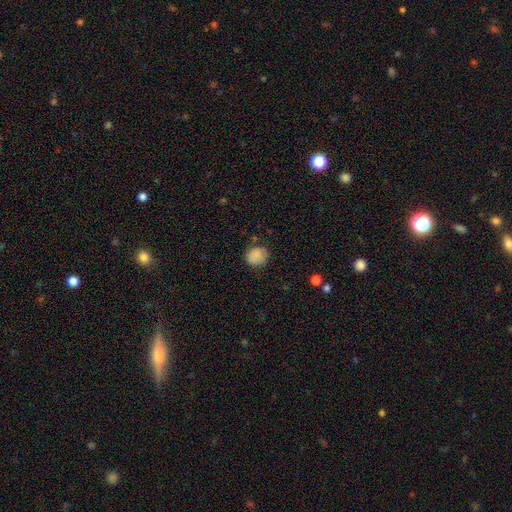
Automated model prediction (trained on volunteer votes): This appears to be a smooth galaxy with no disk features (84%) that is round (77%). Merging: none (76%).